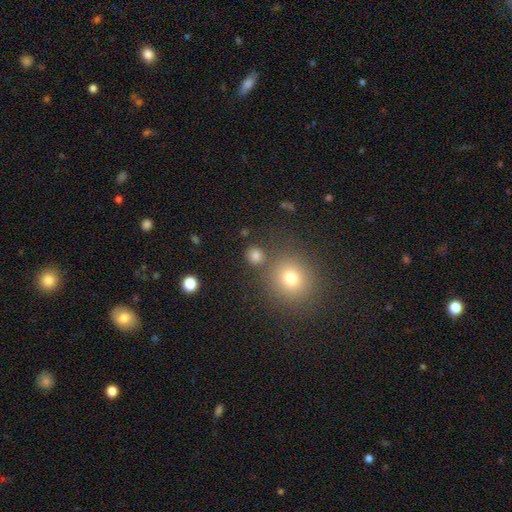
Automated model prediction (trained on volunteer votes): The model was most divided on "smooth or featured": smooth: 79%, star or artifact: 15%, featured or disk: 6%. More confident: how rounded — round (88%); merging — none (79%).